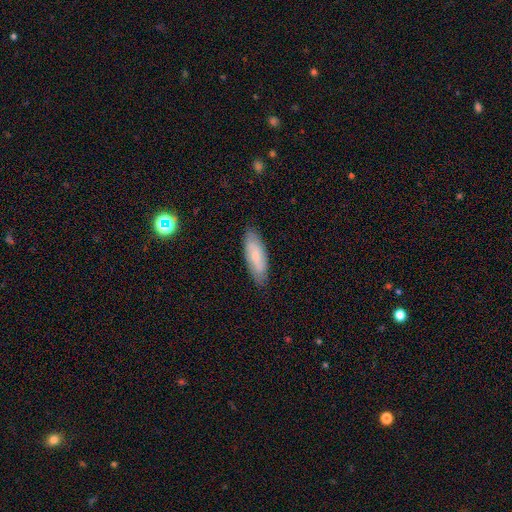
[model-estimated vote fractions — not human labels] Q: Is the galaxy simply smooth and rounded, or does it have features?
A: smooth — 57%.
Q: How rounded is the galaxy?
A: in between — 62%.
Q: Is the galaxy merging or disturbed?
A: none — 82%.